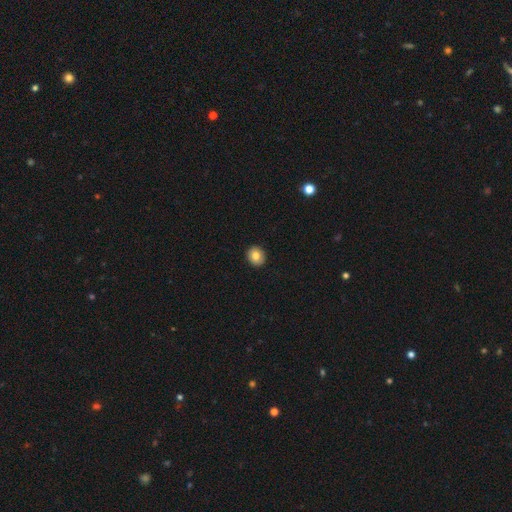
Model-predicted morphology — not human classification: smooth 81%, featured or disk 11%, star or artifact 9%. Down the decision tree: how rounded — round (84%); merging — none (92%).